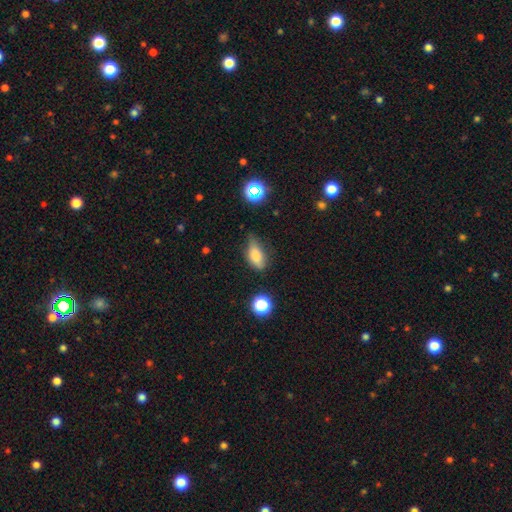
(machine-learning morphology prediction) Smooth or featured: smooth — 76% (featured or disk — 14%)
How rounded: in between — 82% (cigar-shaped — 12%)
Merging: none — 55% (minor disturbance — 34%)